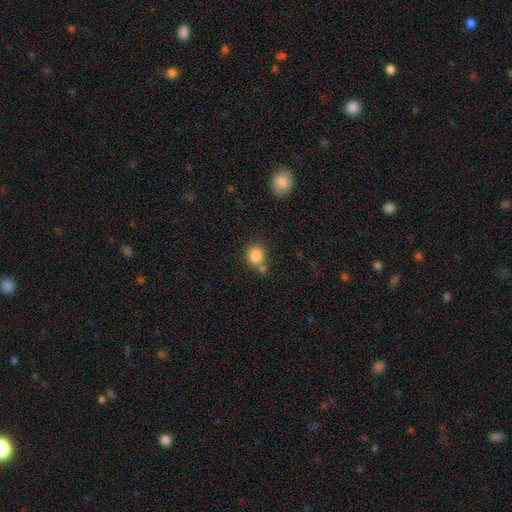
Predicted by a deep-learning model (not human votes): This appears to be a smooth galaxy with no disk features (84%) that is round (80%). Merging: none (63%).